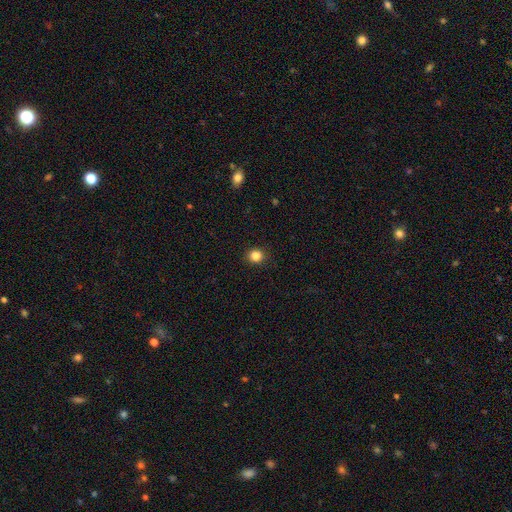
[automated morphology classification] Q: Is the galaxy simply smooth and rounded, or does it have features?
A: smooth — 85%.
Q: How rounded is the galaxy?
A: round — 86%.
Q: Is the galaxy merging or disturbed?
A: none — 91%.